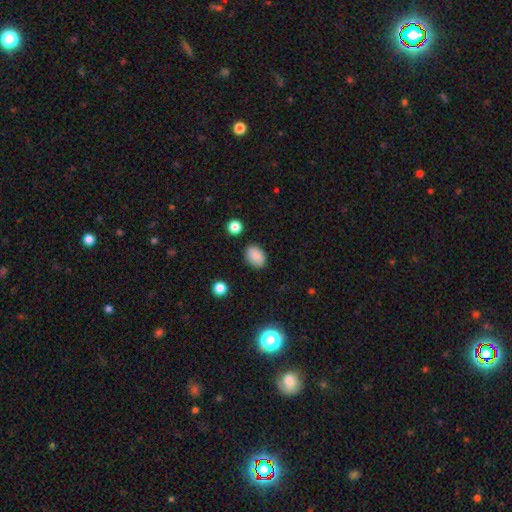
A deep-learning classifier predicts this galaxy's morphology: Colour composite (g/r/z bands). It shows a smooth galaxy with no disk features (87%) that is in between round and cigar-shaped (84%). Merging: none (85%).